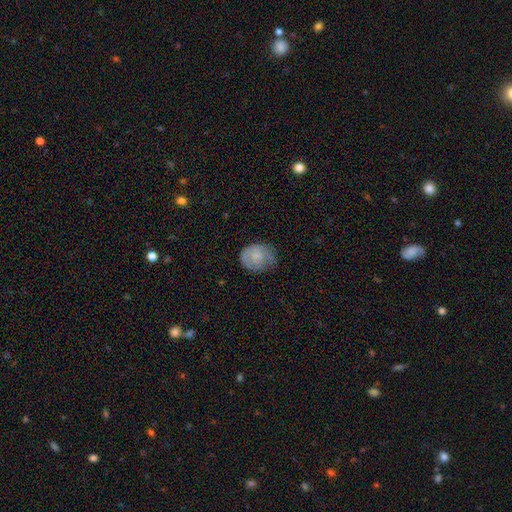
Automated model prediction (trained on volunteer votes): A smooth galaxy with no disk features (71%) that is round (63%). Merging: none (49%).